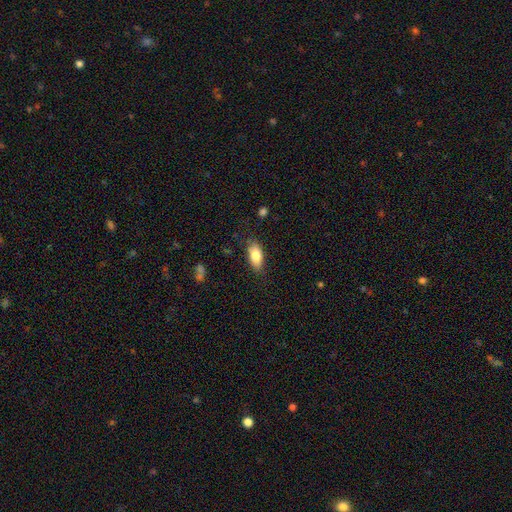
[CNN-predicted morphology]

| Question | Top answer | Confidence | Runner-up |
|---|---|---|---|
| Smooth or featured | smooth | 80% | featured or disk (13%) |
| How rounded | in between | 88% | cigar-shaped (8%) |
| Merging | none | 76% | minor disturbance (18%) |